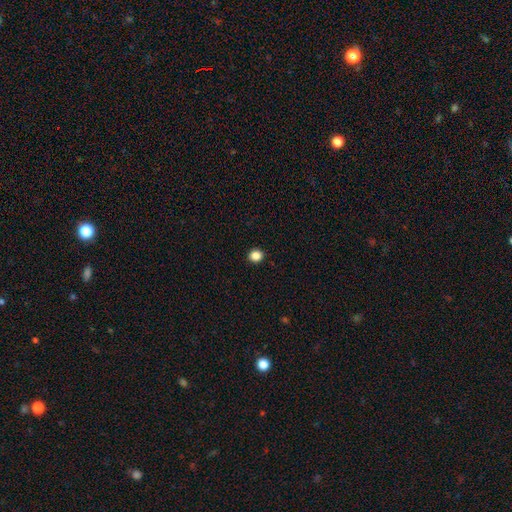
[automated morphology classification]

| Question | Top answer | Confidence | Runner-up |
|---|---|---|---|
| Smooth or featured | smooth | 85% | star or artifact (11%) |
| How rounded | round | 84% | in between (15%) |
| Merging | none | 93% | minor disturbance (5%) |